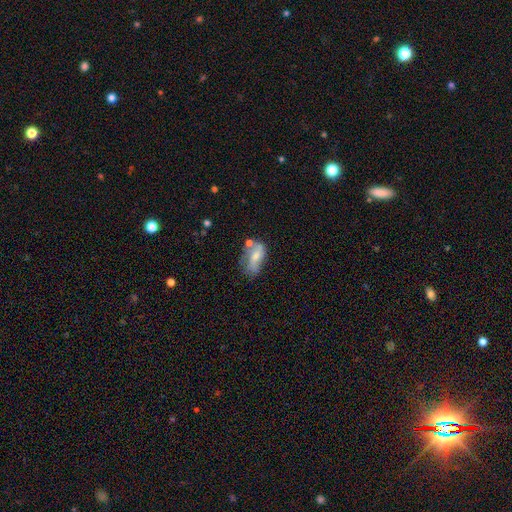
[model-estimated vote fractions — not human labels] Overall: smooth (46%; featured or disk 45%). Merging: none (40%; minor disturbance 28%).